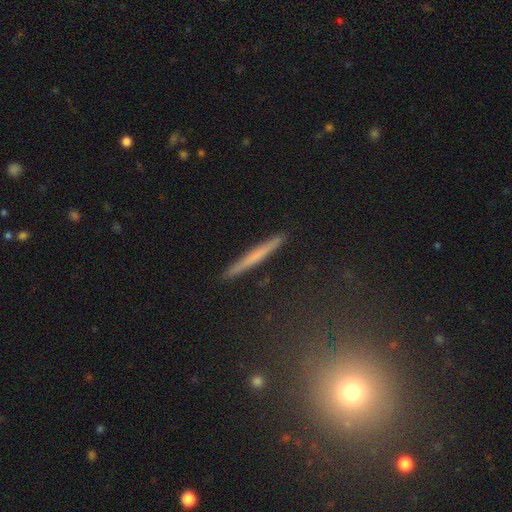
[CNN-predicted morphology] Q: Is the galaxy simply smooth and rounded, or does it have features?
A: smooth — 49%.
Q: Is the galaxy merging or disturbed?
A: none — 91%.